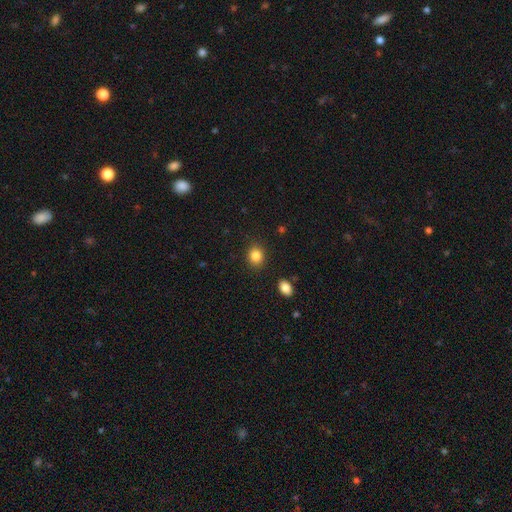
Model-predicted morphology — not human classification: Smooth or featured?
  - smooth: 85% *
  - star or artifact: 10%
  - featured or disk: 5%
How rounded?
  - round: 69% *
  - in between: 30%
  - cigar-shaped: 1%
Merging?
  - none: 87% *
  - minor disturbance: 8%
  - major disturbance: 3%
  - merger: 2%